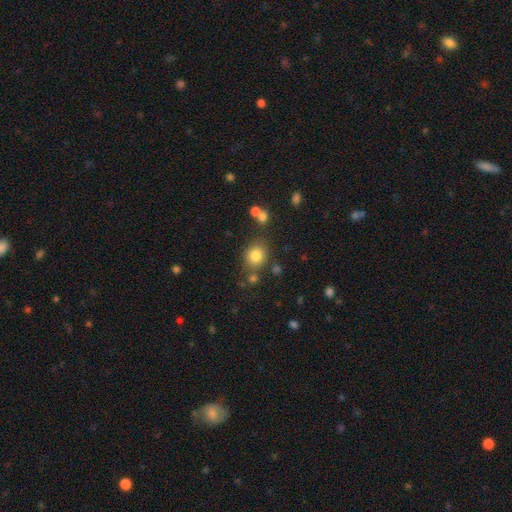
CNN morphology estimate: type=smooth (81%); roundness=round (73%); merging=none (76%).